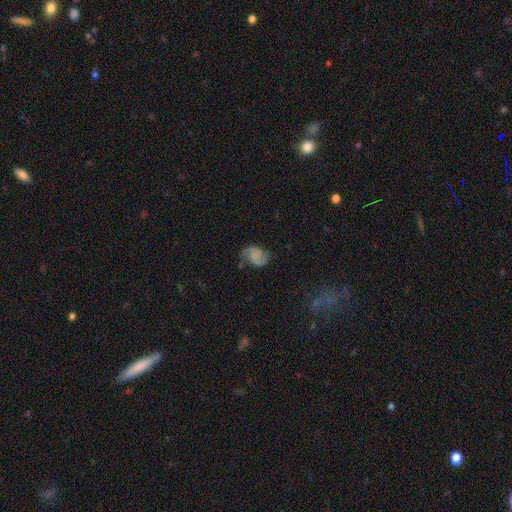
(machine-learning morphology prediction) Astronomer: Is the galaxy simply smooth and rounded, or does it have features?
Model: featured or disk — 54% (runner-up: smooth, 35%).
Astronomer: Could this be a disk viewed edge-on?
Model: no — 98%.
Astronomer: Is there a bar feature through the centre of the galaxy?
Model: no — 66%.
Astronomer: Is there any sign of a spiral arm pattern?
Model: yes — 90%.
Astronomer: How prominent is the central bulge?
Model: none — 68%.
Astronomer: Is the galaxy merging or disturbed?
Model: none — 60%.